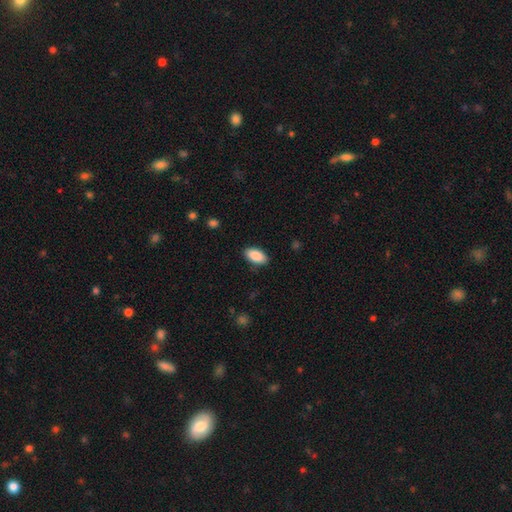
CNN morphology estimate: A smooth galaxy with no disk features (90%) that is in between round and cigar-shaped (94%). Merging: none (87%).